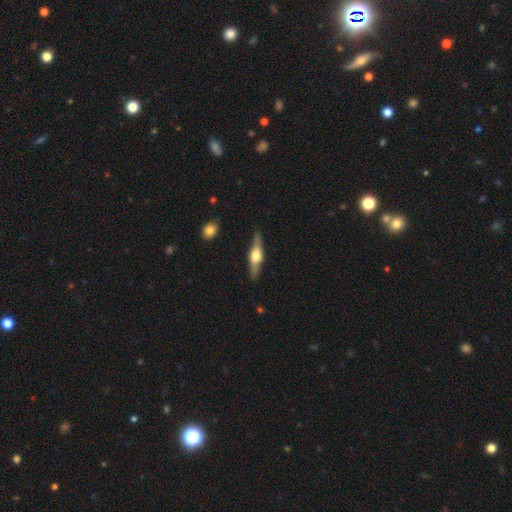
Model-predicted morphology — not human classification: Smooth or featured?
  - featured or disk: 69% *
  - smooth: 26%
  - star or artifact: 5%
Edge-on disk?
  - yes: 96% *
  - no: 4%
Edge-on bulge?
  - rounded: 91% *
  - boxy: 7%
  - none: 2%
Merging?
  - none: 88% *
  - minor disturbance: 9%
  - major disturbance: 2%
  - merger: 1%